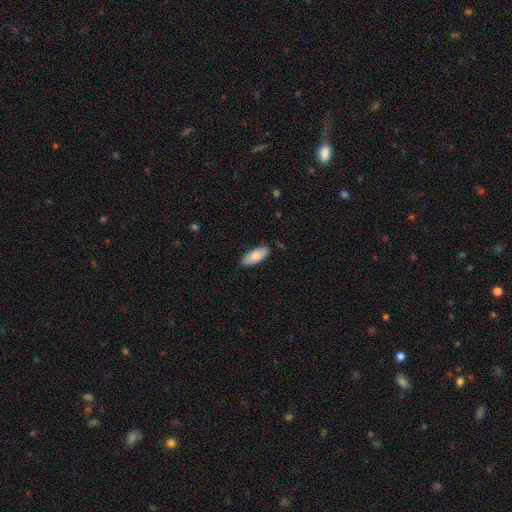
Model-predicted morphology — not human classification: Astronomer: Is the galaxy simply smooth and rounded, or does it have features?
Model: smooth — 80%.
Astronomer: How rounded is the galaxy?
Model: in between — 82%.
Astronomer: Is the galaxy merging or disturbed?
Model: none — 87%.